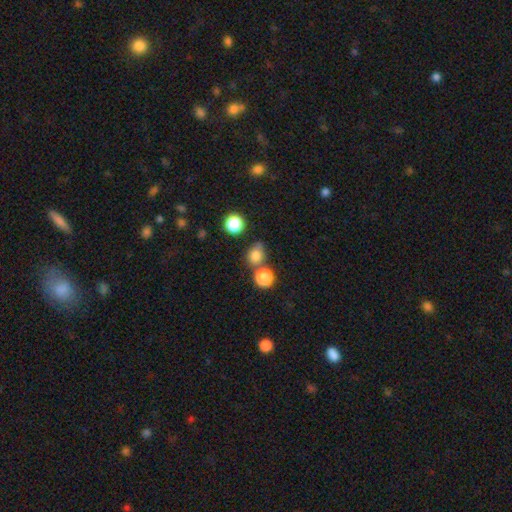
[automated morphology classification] Smooth or featured? Predicted: smooth (p=0.79). How rounded? Predicted: round (p=0.71). Merging? Predicted: none (p=0.58).